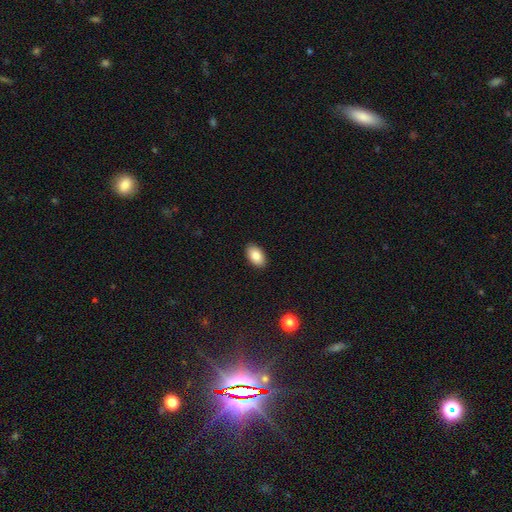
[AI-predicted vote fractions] Smooth or featured?
  - smooth: 85% *
  - star or artifact: 7%
  - featured or disk: 7%
How rounded?
  - in between: 94% *
  - round: 5%
  - cigar-shaped: 1%
Merging?
  - none: 90% *
  - minor disturbance: 7%
  - major disturbance: 2%
  - merger: 1%